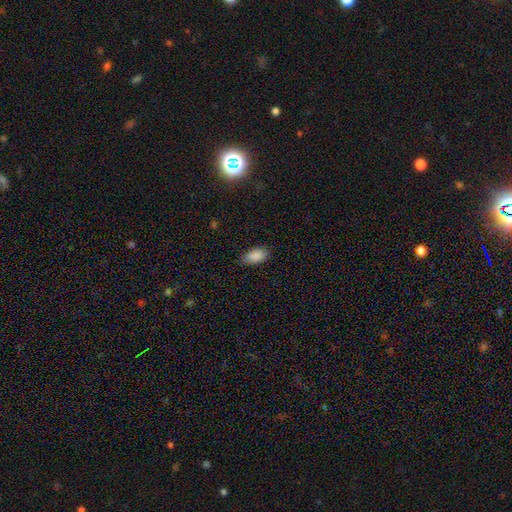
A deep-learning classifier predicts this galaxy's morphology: smooth-or-featured: smooth: 88% | star or artifact: 8% | featured or disk: 4%
  how-rounded: in between: 93% | round: 4% | cigar-shaped: 4%
  merging: none: 78% | minor disturbance: 18% | major disturbance: 3% | merger: 1%